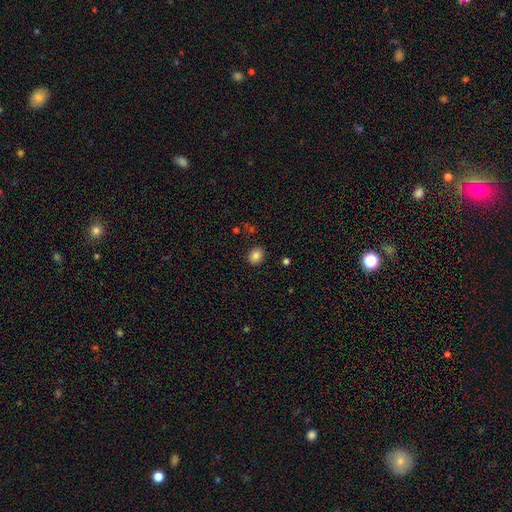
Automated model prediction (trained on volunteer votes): smooth 84%, star or artifact 10%, featured or disk 6%. Down the decision tree: how rounded — round (50%); merging — none (88%).